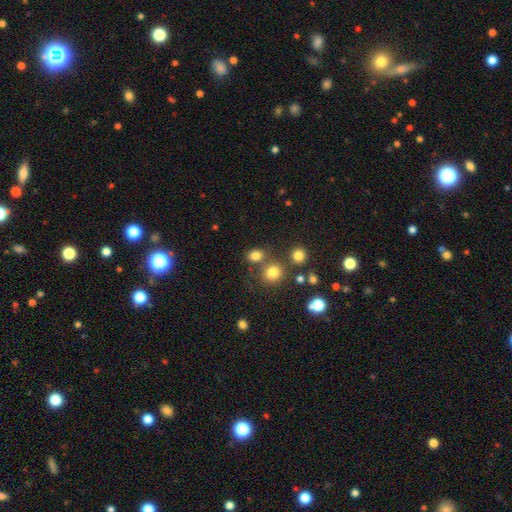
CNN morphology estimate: Overall: smooth (78%). How rounded: round (53%; in between 46%). Merging: none (65%).